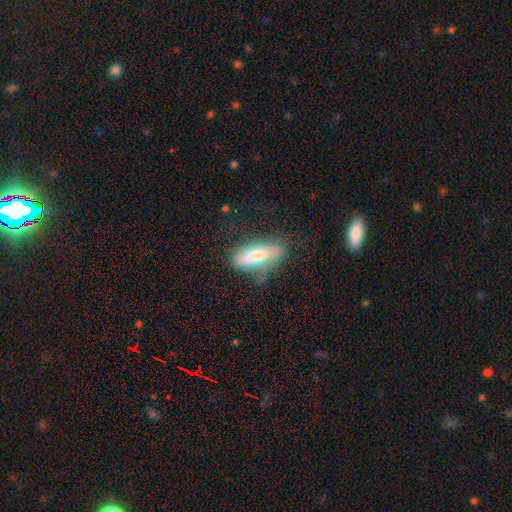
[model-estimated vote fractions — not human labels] This appears to be a smooth galaxy with no disk features (67%) that is in between round and cigar-shaped (66%). Merging: none (49%).